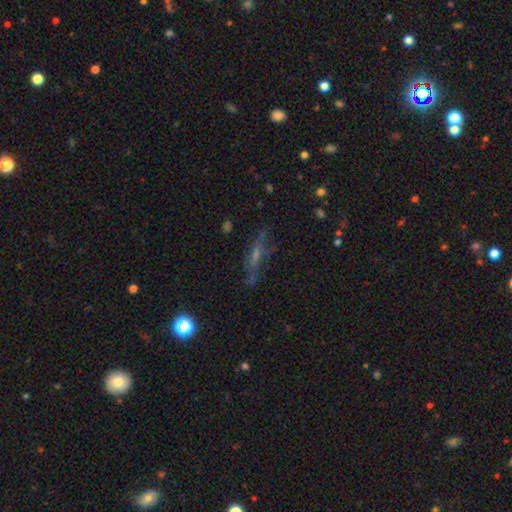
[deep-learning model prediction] Q: Smooth or featured?
A: featured or disk (46%); runner-up: smooth (31%)
Q: Merging?
A: none (68%); runner-up: minor disturbance (18%)